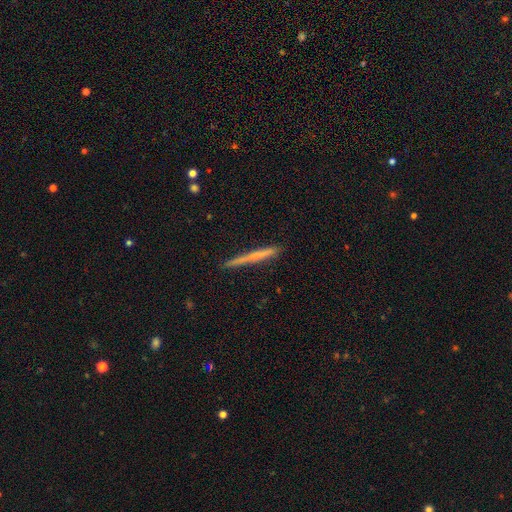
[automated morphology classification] This is possibly a smooth galaxy (56%). How rounded: clearly cigar-shaped (97%). Merging: clearly none (88%).